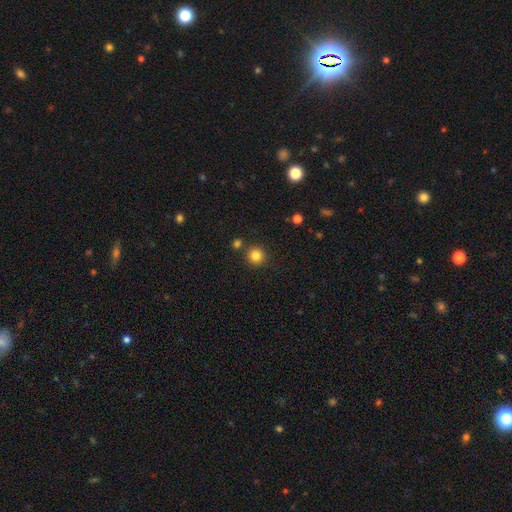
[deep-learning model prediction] A smooth galaxy with no disk features (84%) that is round (95%). Merging: none (85%).